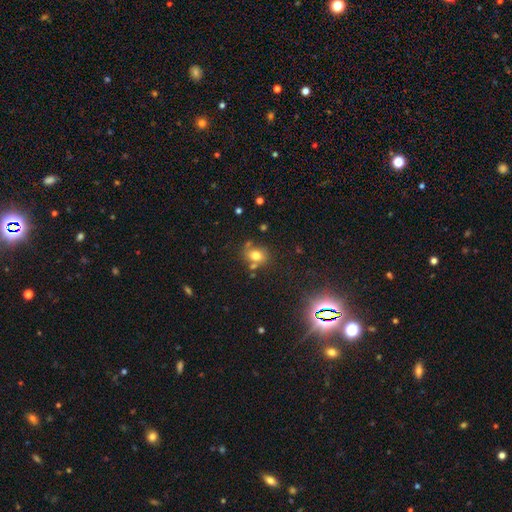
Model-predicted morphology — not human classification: Smooth or featured? Predicted: smooth (p=0.72). How rounded? Predicted: round (p=0.62). Merging? Predicted: none (p=0.63).